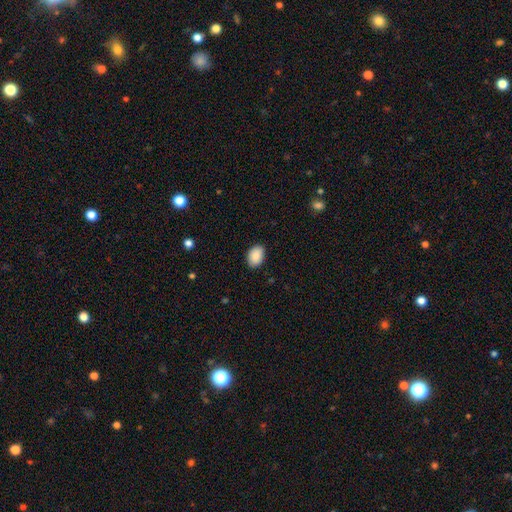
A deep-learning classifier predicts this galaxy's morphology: A smooth galaxy with no disk features (89%) that is in between round and cigar-shaped (83%). Merging: none (87%).